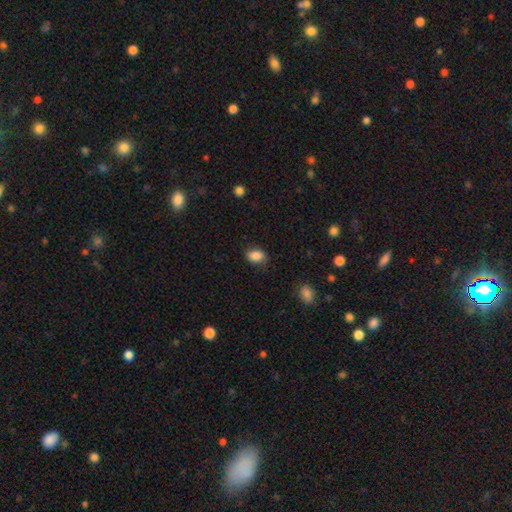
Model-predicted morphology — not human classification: The model was most divided on "how rounded": in between: 77%, round: 22%, cigar-shaped: 1%. More confident: smooth or featured — smooth (87%); merging — none (76%).